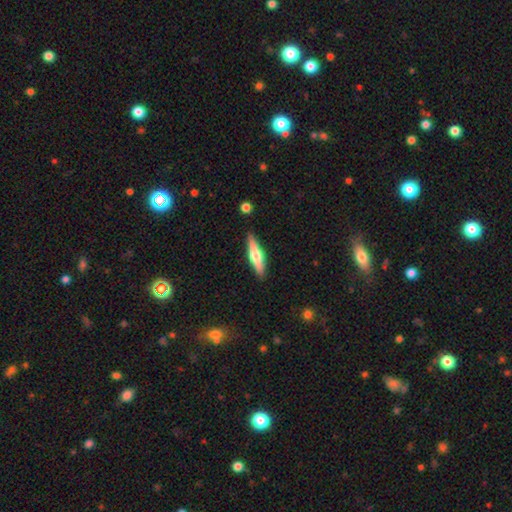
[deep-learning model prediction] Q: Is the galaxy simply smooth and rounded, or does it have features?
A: featured or disk — 52%.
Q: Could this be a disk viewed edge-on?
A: yes — 94%.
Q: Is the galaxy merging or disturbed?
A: none — 88%.